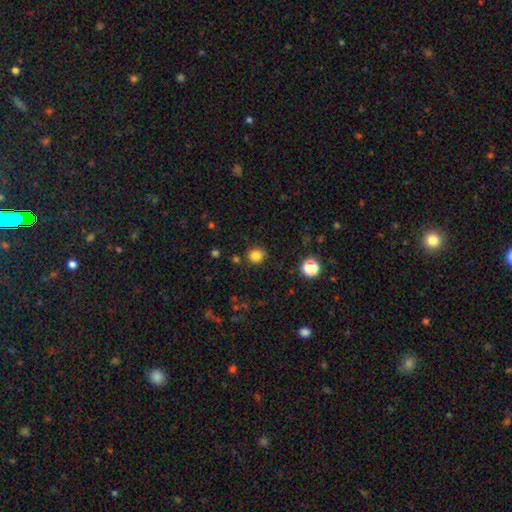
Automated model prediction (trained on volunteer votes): Q: Smooth or featured?
A: smooth (83%); runner-up: star or artifact (13%)
Q: How rounded?
A: round (87%); runner-up: in between (12%)
Q: Merging?
A: none (87%); runner-up: minor disturbance (8%)